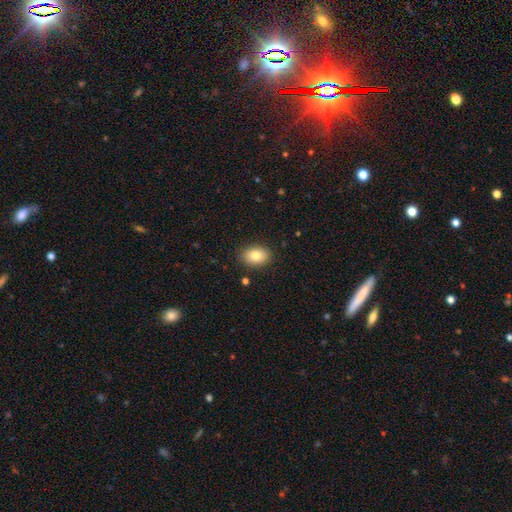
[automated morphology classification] The model was most divided on "how rounded": in between: 79%, round: 20%, cigar-shaped: 1%. More confident: merging — none (88%); smooth or featured — smooth (84%).